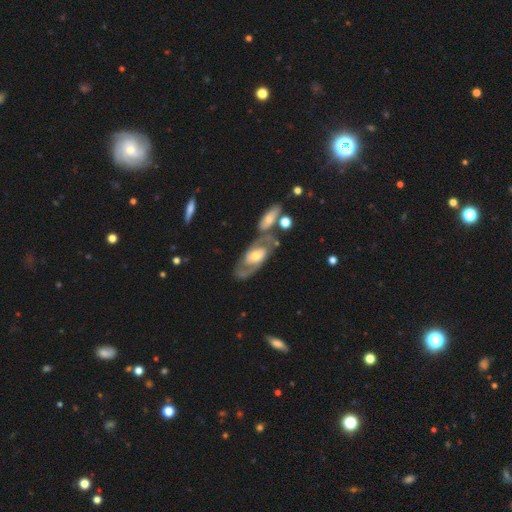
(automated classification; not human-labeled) The model was most divided on "spiral winding": medium: 49%, tight: 33%, loose: 18%. More confident: edge-on disk — no (93%); spiral arms — yes (86%); spiral arm count — 2 (83%); smooth or featured — featured or disk (80%); bulge size — moderate (62%); merging — none (58%); bar — no (57%).